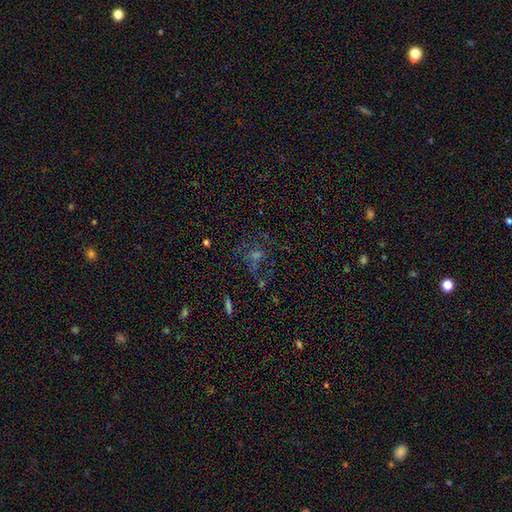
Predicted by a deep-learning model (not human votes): The model was most divided on "smooth or featured": star or artifact: 44%, featured or disk: 30%, smooth: 26%.